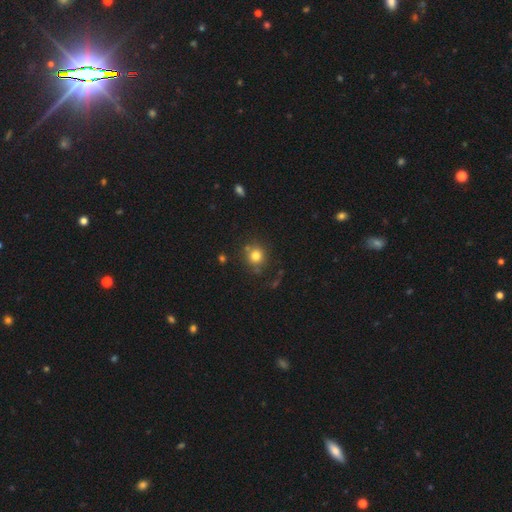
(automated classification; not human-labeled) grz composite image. It shows a smooth galaxy with no disk features (79%) that is round (89%). Merging: none (77%).